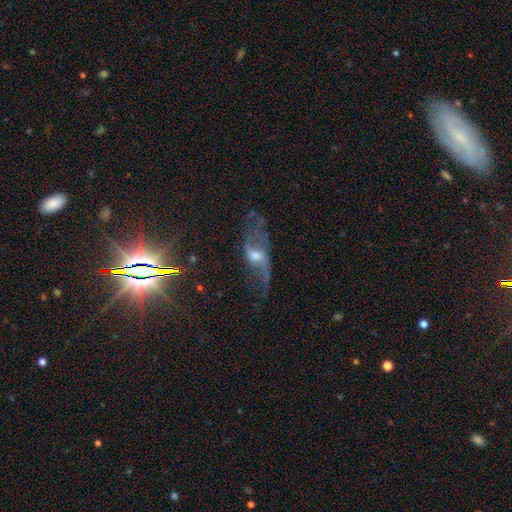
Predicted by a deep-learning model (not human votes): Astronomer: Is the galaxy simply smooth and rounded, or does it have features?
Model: featured or disk — 74%.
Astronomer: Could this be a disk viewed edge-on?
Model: no — 88%.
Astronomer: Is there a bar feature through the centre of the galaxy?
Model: weak — 46% (runner-up: no, 38%).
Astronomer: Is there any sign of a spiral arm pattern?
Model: yes — 82%.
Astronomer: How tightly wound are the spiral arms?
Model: loose — 86%.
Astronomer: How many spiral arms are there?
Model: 2 — 82%.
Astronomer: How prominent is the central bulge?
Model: moderate — 51% (runner-up: small, 37%).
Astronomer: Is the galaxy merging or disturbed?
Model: none — 45% (runner-up: major disturbance, 30%).